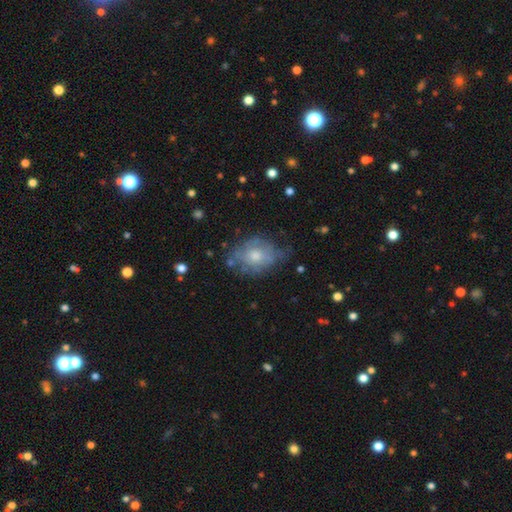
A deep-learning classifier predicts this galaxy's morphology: smooth-or-featured: smooth: 53% | featured or disk: 39% | star or artifact: 8%
  how-rounded: in between: 62% | round: 36% | cigar-shaped: 1%
  merging: none: 48% | minor disturbance: 32% | major disturbance: 16% | merger: 3%